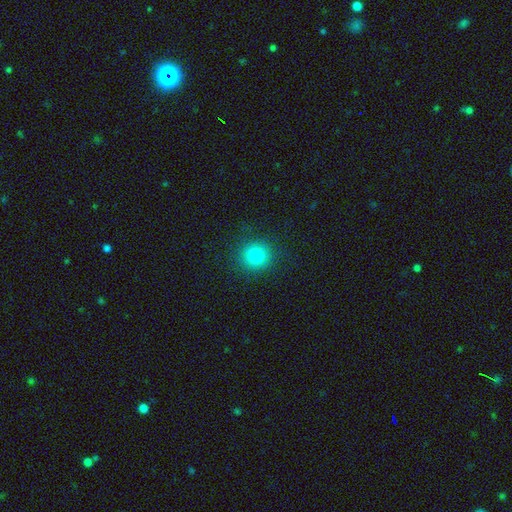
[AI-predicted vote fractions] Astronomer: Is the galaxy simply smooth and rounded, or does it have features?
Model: smooth — 81%.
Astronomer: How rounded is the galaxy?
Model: round — 90%.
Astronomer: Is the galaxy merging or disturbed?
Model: none — 90%.